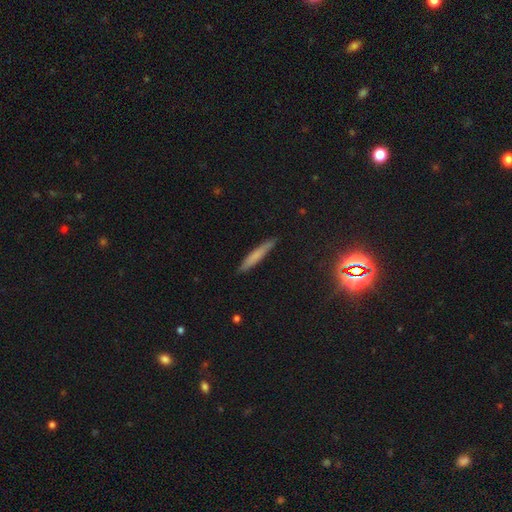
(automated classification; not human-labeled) A smooth galaxy with no disk features (65%) that is cigar-shaped (93%). Merging: none (86%).